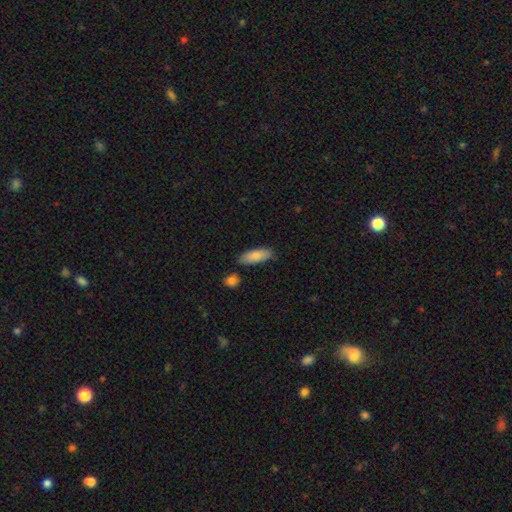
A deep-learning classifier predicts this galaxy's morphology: smooth-or-featured: smooth: 85% | featured or disk: 9% | star or artifact: 6%
  how-rounded: in between: 73% | cigar-shaped: 25% | round: 2%
  merging: none: 79% | minor disturbance: 14% | merger: 5% | major disturbance: 3%